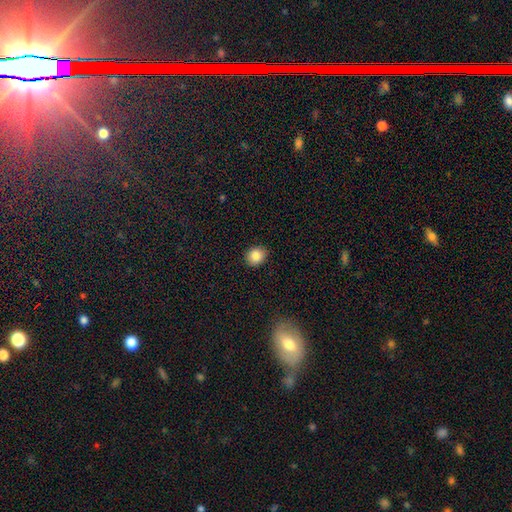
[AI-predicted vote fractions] Smooth or featured? Predicted: smooth (p=0.86). How rounded? Predicted: round (p=0.73). Merging? Predicted: none (p=0.89).